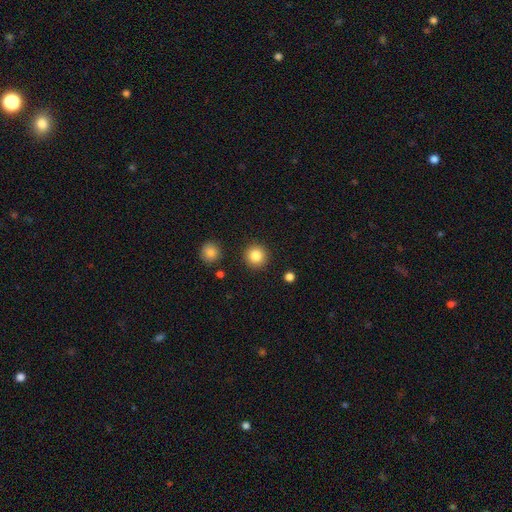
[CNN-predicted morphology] smooth 85%, star or artifact 9%, featured or disk 5%. Down the decision tree: how rounded — round (95%); merging — none (90%).